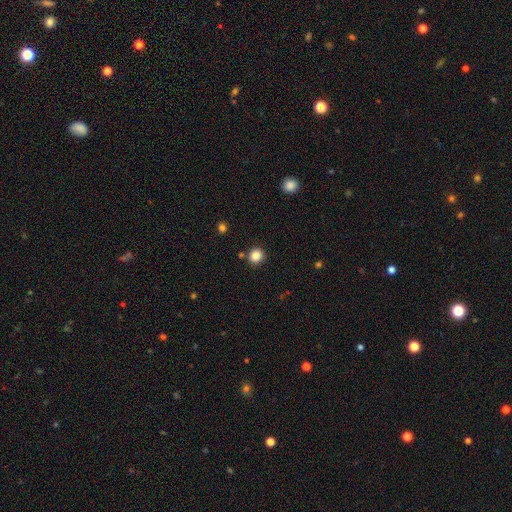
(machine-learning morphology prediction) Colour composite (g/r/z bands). It shows a smooth galaxy with no disk features (85%) that is round (86%). Merging: none (86%).